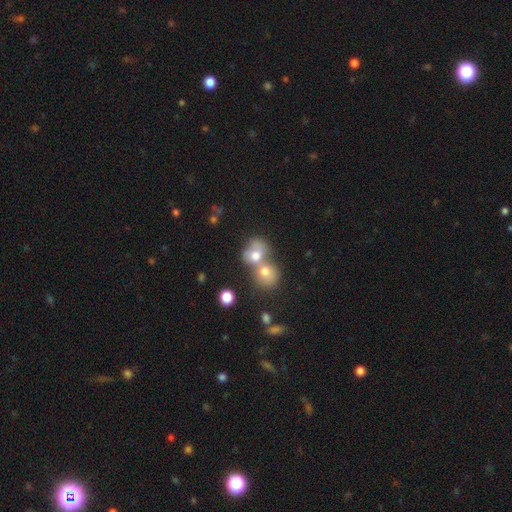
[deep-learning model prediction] This is likely a smooth galaxy (69%). How rounded: possibly round (59%). Merging: likely merger (71%).